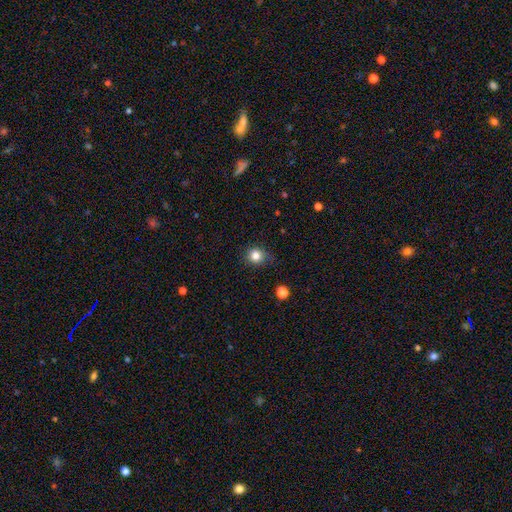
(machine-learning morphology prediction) smooth_or_featured: smooth (p=0.82) [alt: star or artifact p=0.12]
how_rounded: round (p=0.78) [alt: in between p=0.21]
merging: none (p=0.74) [alt: minor disturbance p=0.20]